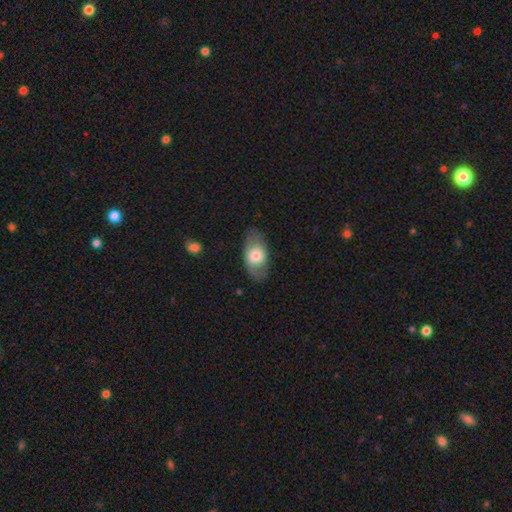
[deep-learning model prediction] A smooth galaxy with no disk features (60%) that is in between round and cigar-shaped (85%).

Vote fractions:
- Smooth or featured? smooth: 60% / featured or disk: 34% / star or artifact: 6%
- How rounded? in between: 85% / round: 12% / cigar-shaped: 3%
- Merging? none: 76% / minor disturbance: 16% / major disturbance: 7% / merger: 1%